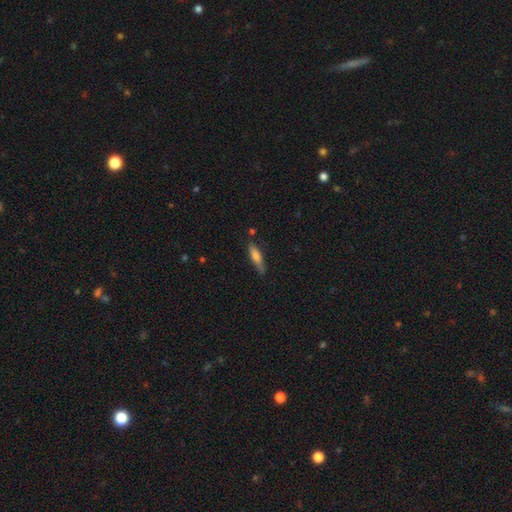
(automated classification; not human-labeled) This appears to be a smooth galaxy with no disk features (69%) that is cigar-shaped (72%). Merging: none (70%).